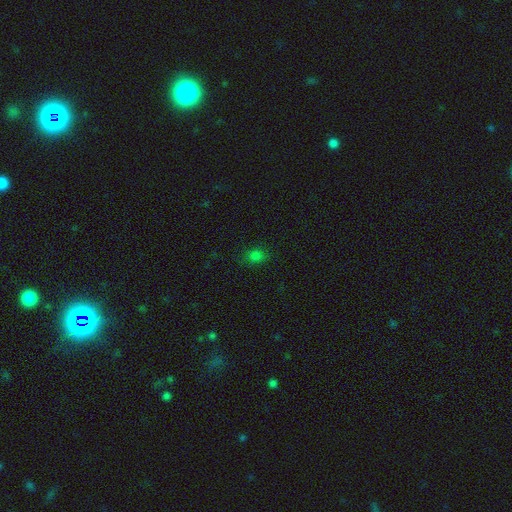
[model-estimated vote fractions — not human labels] This appears to be a smooth galaxy with no disk features (76%) that is round (56%). Merging: none (80%).